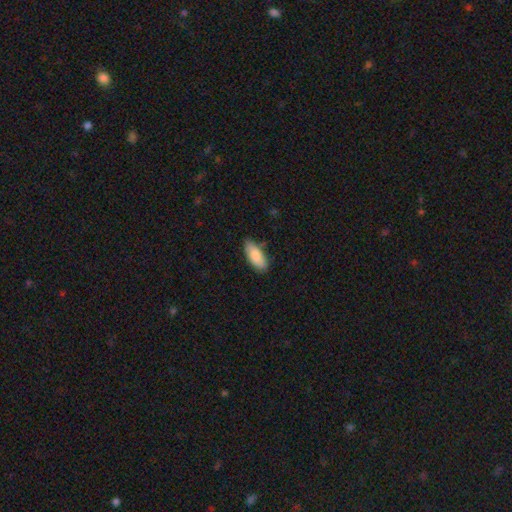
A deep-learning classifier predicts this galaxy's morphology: Smooth or featured? Predicted: smooth (p=0.84). How rounded? Predicted: in between (p=0.83). Merging? Predicted: none (p=0.76).